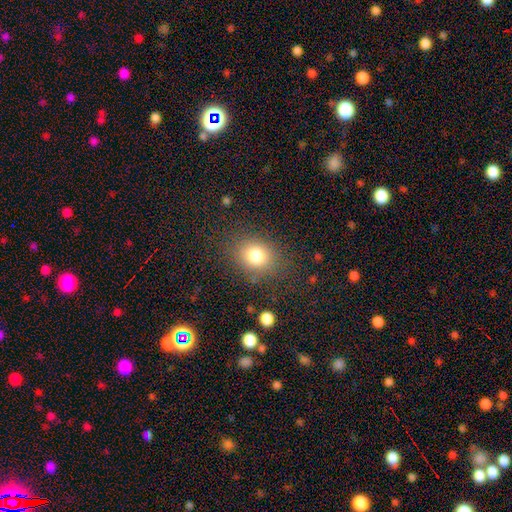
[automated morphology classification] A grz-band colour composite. It shows a smooth galaxy with no disk features (78%) that is round (60%). Merging: none (81%).